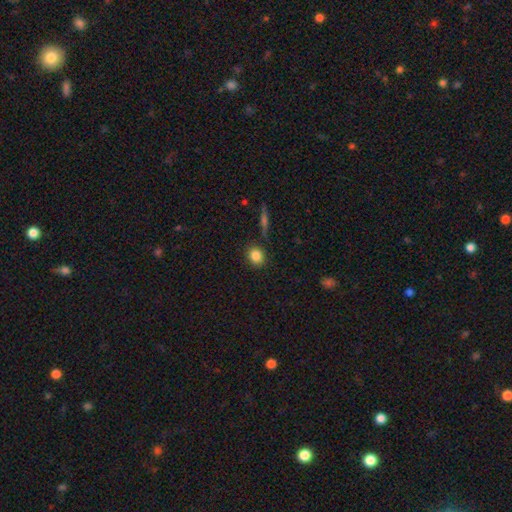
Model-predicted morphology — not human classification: Overall: smooth (84%). How rounded: round (73%). Merging: none (86%).